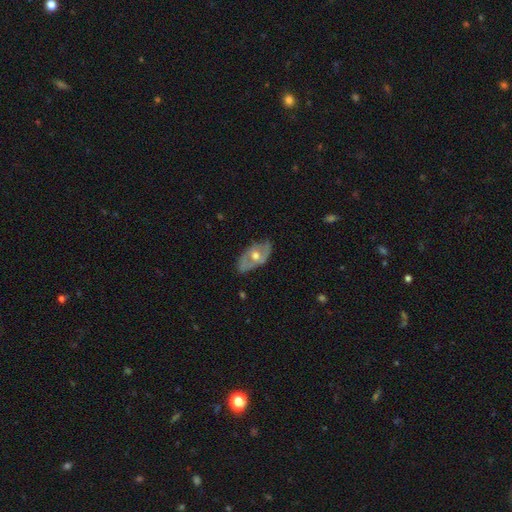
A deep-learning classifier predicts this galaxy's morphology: type=featured or disk (64%); edge-on=no (88%); bar=no (77%); spiral arms=no (56%); bulge=moderate (75%); merging=none (67%).